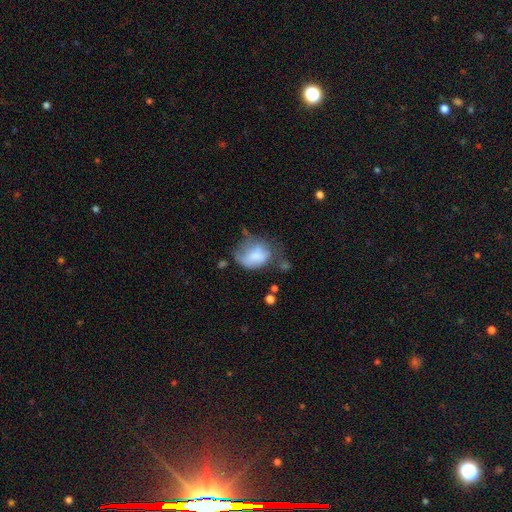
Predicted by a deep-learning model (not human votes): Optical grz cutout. It shows a smooth galaxy with no disk features (66%) that is in between round and cigar-shaped (61%). Merging: major disturbance (34%).